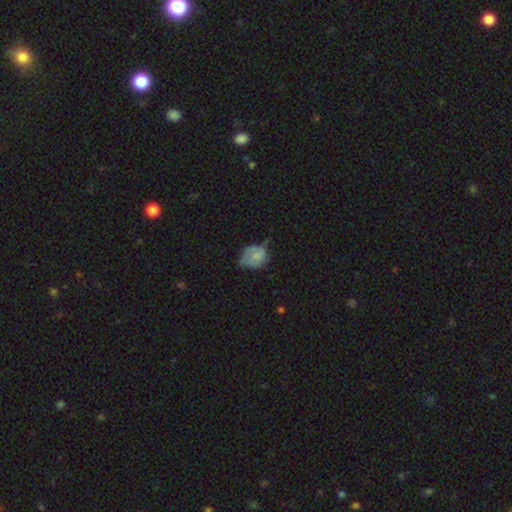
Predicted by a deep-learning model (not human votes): The model was most divided on "how rounded": round: 51%, in between: 48%, cigar-shaped: 1%. Remaining: smooth or featured — smooth (62%); merging — minor disturbance (43%).